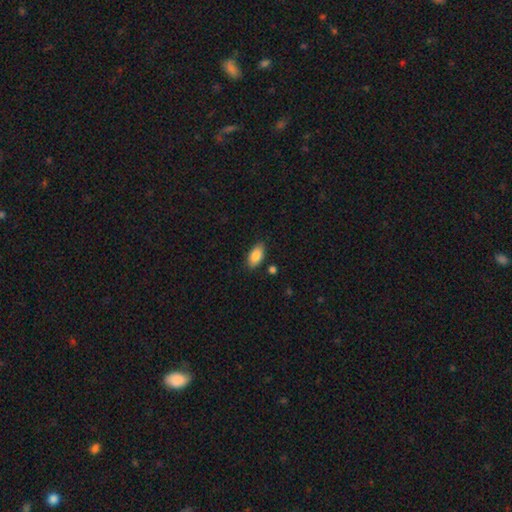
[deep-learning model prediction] A smooth galaxy with no disk features (86%) that is in between round and cigar-shaped (92%). Merging: none (83%).